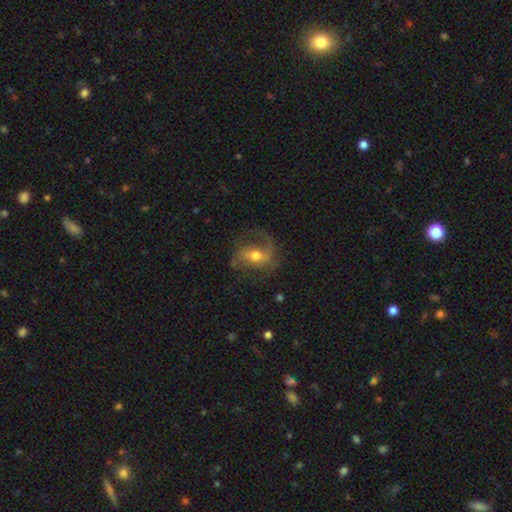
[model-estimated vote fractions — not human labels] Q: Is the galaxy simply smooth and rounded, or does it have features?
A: featured or disk — 74%.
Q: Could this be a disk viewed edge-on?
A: no — 95%.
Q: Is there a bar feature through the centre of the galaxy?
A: weak — 40%.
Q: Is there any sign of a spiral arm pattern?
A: yes — 89%.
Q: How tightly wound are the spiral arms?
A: loose — 43%.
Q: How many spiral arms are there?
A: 2 — 65%.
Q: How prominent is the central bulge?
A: moderate — 66%.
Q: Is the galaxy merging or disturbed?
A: none — 60%.